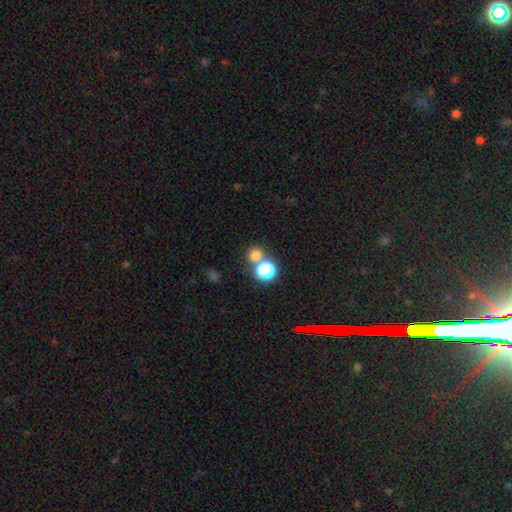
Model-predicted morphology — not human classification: The model was most divided on "merging": none: 64%, merger: 26%, minor disturbance: 6%, major disturbance: 3%. More confident: how rounded — round (88%); smooth or featured — smooth (69%).